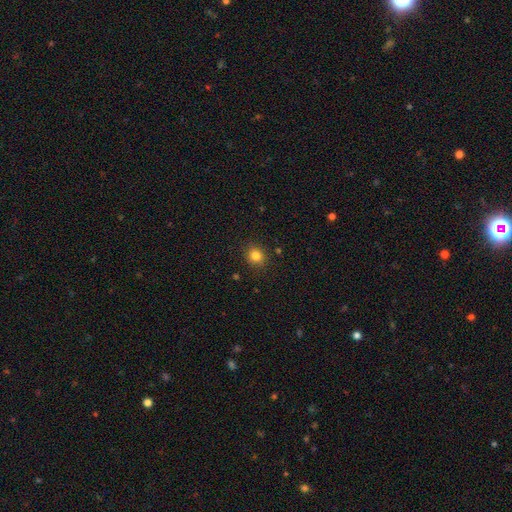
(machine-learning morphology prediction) A smooth galaxy with no disk features (83%) that is round (81%). Merging: none (88%).